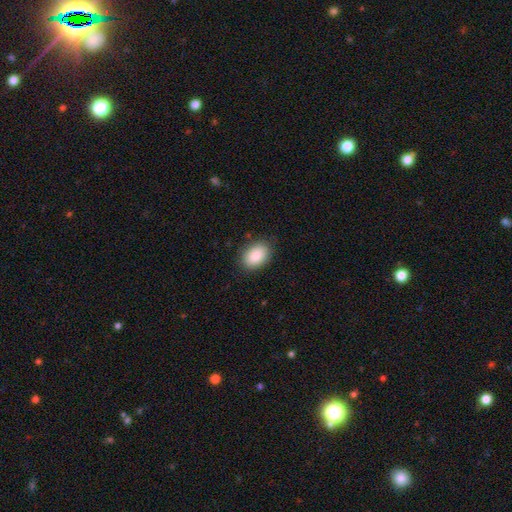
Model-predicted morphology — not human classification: Smooth or featured? Predicted: smooth (p=0.89). How rounded? Predicted: in between (p=0.85). Merging? Predicted: none (p=0.86).